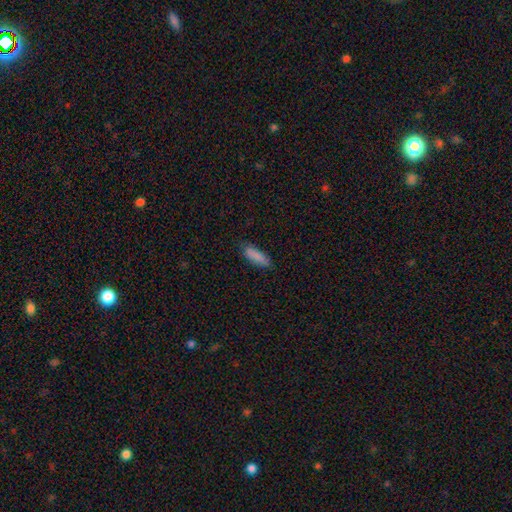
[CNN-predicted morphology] Smooth or featured?
  - smooth: 86% *
  - star or artifact: 7%
  - featured or disk: 7%
How rounded?
  - in between: 60% *
  - cigar-shaped: 39%
  - round: 2%
Merging?
  - none: 77% *
  - minor disturbance: 18%
  - major disturbance: 3%
  - merger: 1%